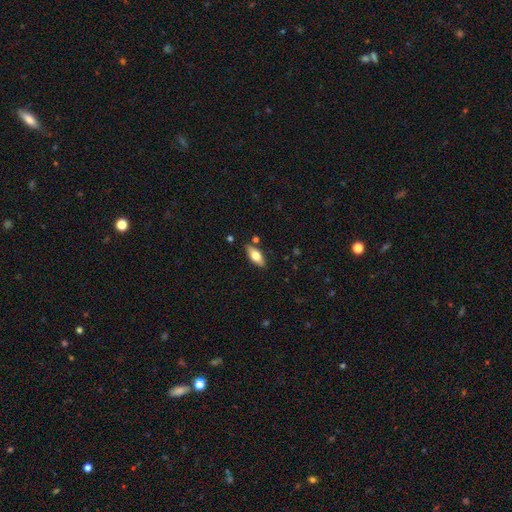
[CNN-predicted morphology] The model was most divided on "smooth or featured": smooth: 62%, featured or disk: 32%, star or artifact: 6%. More confident: merging — none (84%); how rounded — in between (77%).